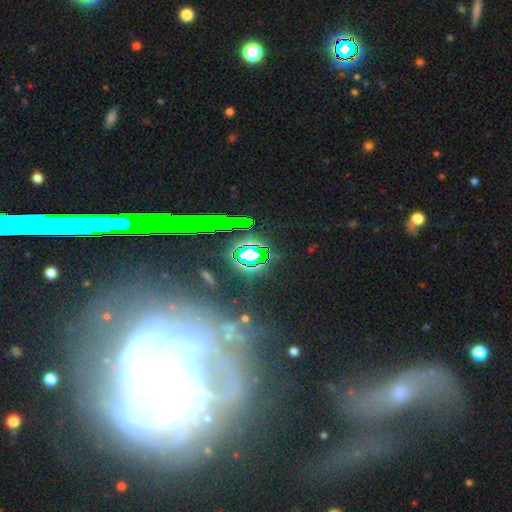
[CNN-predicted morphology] Smooth or featured: star or artifact — 46% (featured or disk — 36%)